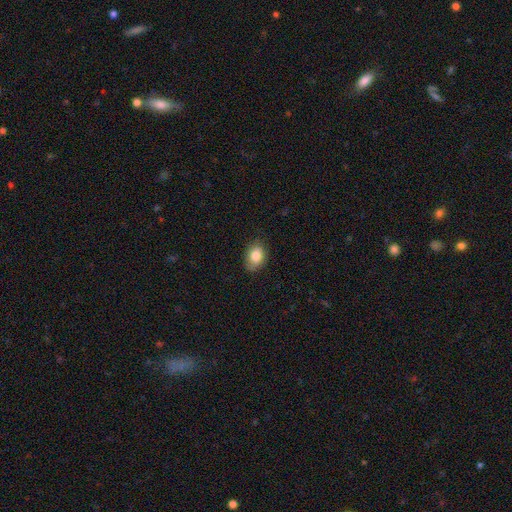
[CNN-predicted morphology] Smooth or featured? Predicted: smooth (p=0.83). How rounded? Predicted: in between (p=0.82). Merging? Predicted: none (p=0.76).